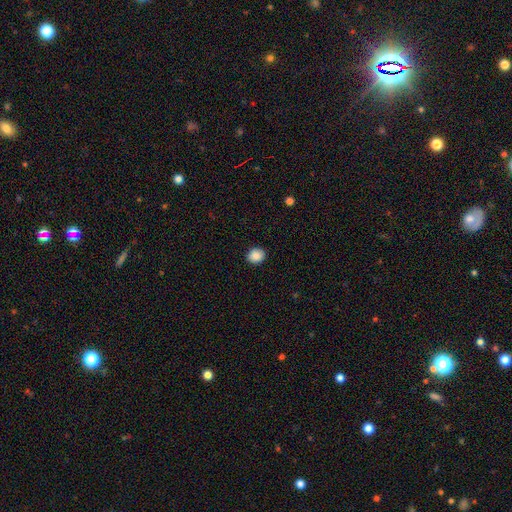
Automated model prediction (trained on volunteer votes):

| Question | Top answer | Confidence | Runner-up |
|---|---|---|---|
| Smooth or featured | smooth | 88% | star or artifact (9%) |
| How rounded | round | 70% | in between (29%) |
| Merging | none | 91% | minor disturbance (6%) |